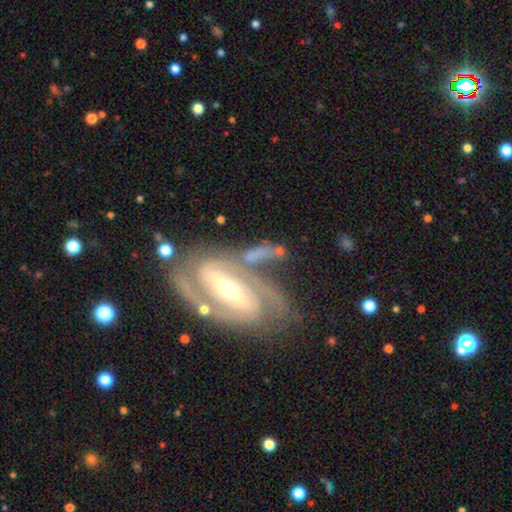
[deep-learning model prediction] Q: Smooth or featured?
A: featured or disk (90%); runner-up: smooth (6%)
Q: Edge-on disk?
A: no (95%); runner-up: yes (5%)
Q: Bar?
A: strong (57%); runner-up: weak (28%)
Q: Spiral arms?
A: yes (96%); runner-up: no (4%)
Q: Spiral winding?
A: tight (54%); runner-up: medium (37%)
Q: Spiral arm count?
A: 2 (79%); runner-up: 3 (8%)
Q: Bulge size?
A: moderate (53%); runner-up: small (42%)
Q: Merging?
A: none (64%); runner-up: minor disturbance (17%)